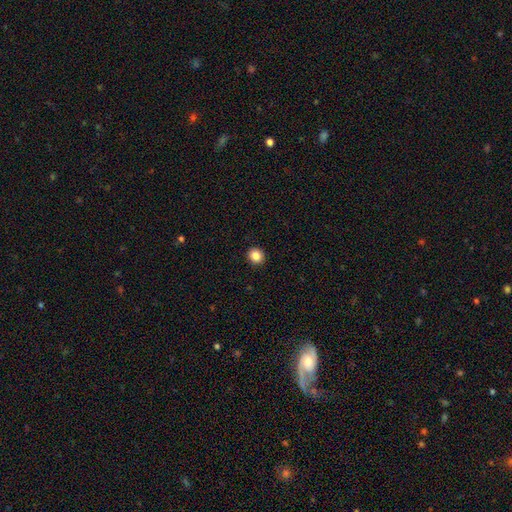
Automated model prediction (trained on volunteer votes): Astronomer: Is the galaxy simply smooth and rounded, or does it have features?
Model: smooth — 86%.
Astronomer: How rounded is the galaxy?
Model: round — 90%.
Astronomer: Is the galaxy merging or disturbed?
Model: none — 93%.